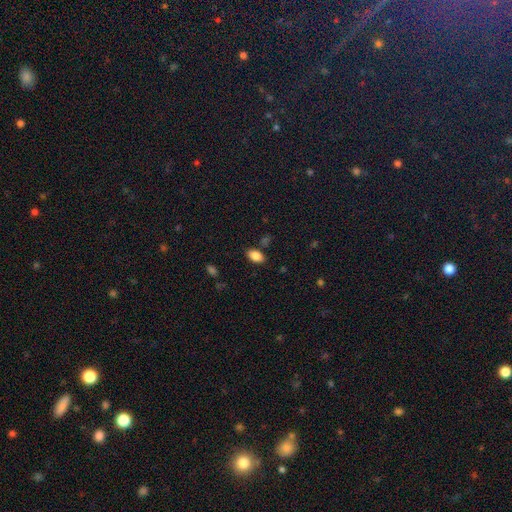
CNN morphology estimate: smooth_or_featured: smooth (p=0.86) [alt: star or artifact p=0.08]
how_rounded: in between (p=0.91) [alt: round p=0.07]
merging: none (p=0.83) [alt: minor disturbance p=0.11]